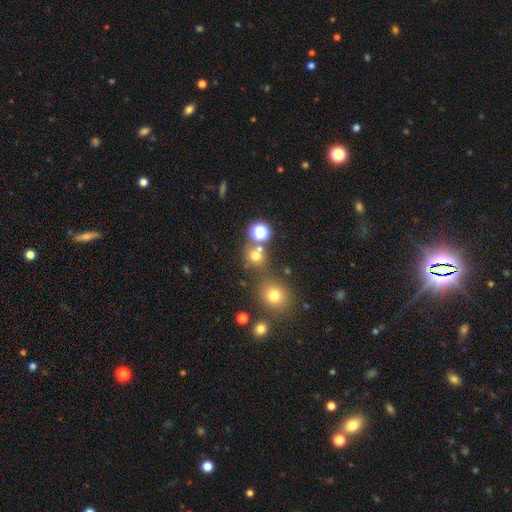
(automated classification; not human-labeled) Smooth or featured? Predicted: smooth (p=0.67). How rounded? Predicted: round (p=0.84). Merging? Predicted: none (p=0.63).